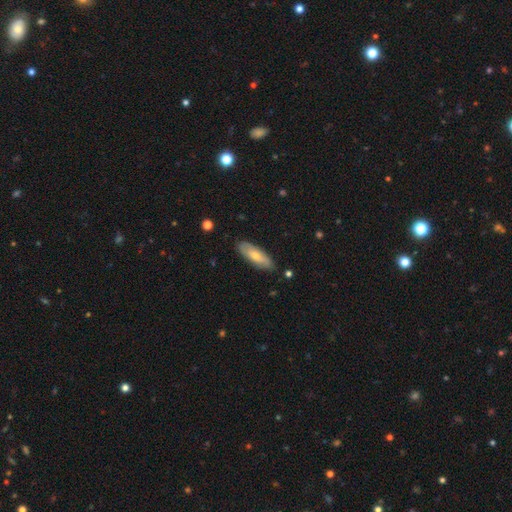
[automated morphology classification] Q: Smooth or featured?
A: smooth (62%); runner-up: featured or disk (33%)
Q: How rounded?
A: in between (65%); runner-up: cigar-shaped (33%)
Q: Merging?
A: none (84%); runner-up: minor disturbance (13%)